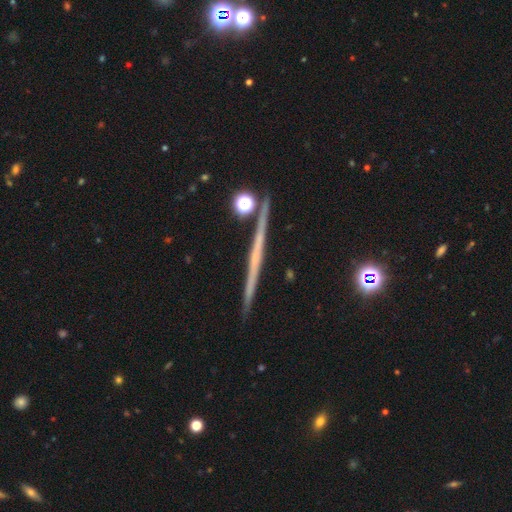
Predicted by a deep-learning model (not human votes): Smooth or featured: featured or disk — 68% (smooth — 25%)
Edge-on disk: yes — 98% (no — 2%)
Edge-on bulge: none — 84% (rounded — 11%)
Merging: none — 90% (minor disturbance — 6%)